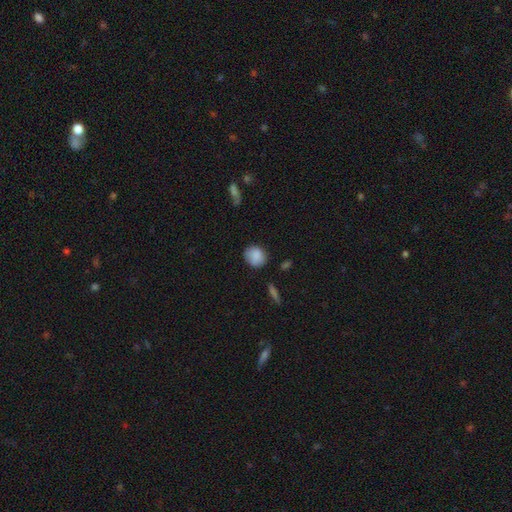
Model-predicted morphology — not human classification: Overall: smooth (86%). How rounded: round (74%). Merging: none (79%).